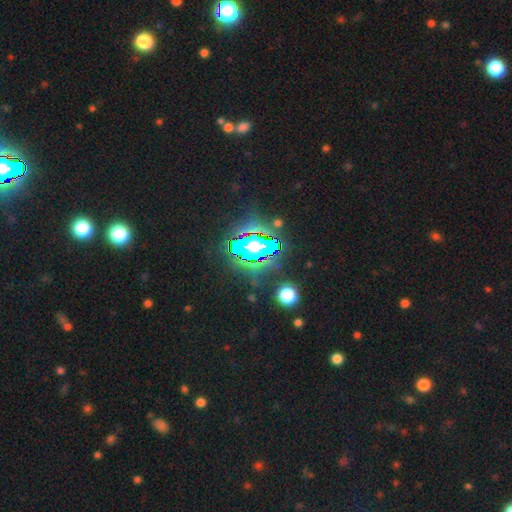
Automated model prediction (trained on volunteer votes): The model was most divided on "smooth or featured": star or artifact: 80%, smooth: 12%, featured or disk: 9%.